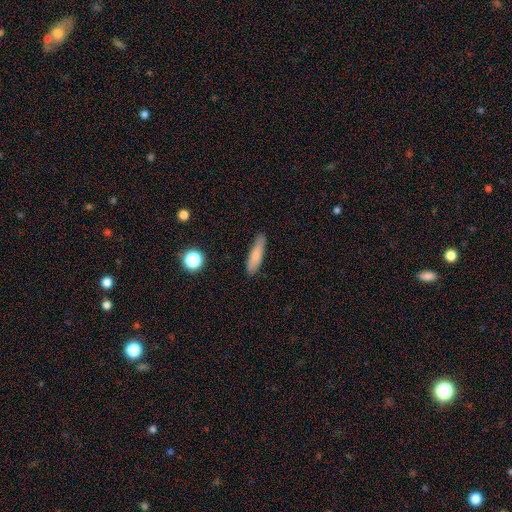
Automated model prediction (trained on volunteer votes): This is likely a smooth galaxy (77%). How rounded: likely cigar-shaped (73%). Merging: clearly none (82%).